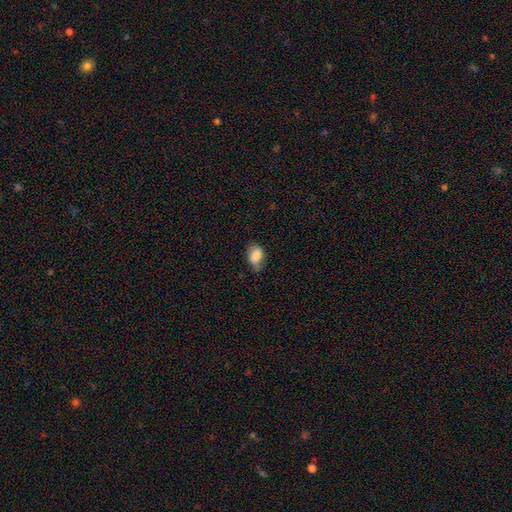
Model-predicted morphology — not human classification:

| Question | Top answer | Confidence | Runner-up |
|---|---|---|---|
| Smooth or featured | smooth | 76% | featured or disk (16%) |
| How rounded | in between | 86% | round (13%) |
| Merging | none | 59% | minor disturbance (30%) |